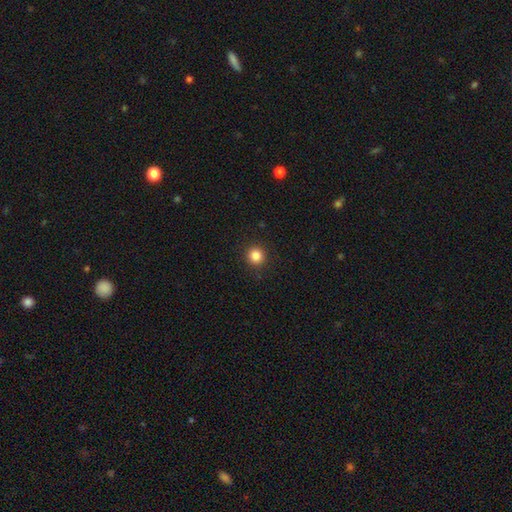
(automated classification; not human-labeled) This appears to be a smooth galaxy with no disk features (85%) that is round (94%). Merging: none (92%).